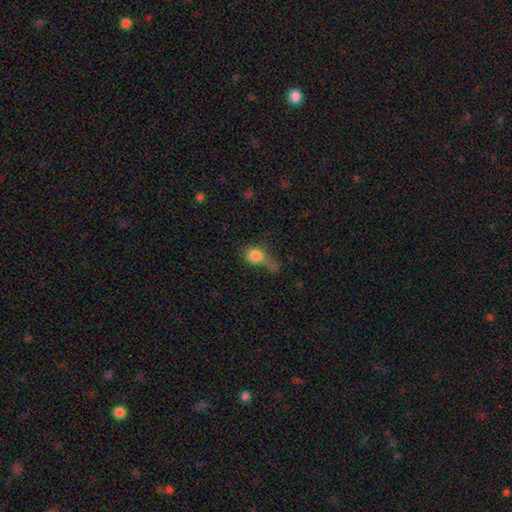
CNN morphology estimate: Smooth or featured? smooth (77%)
How rounded? round (59%)
Merging? major disturbance (35%)